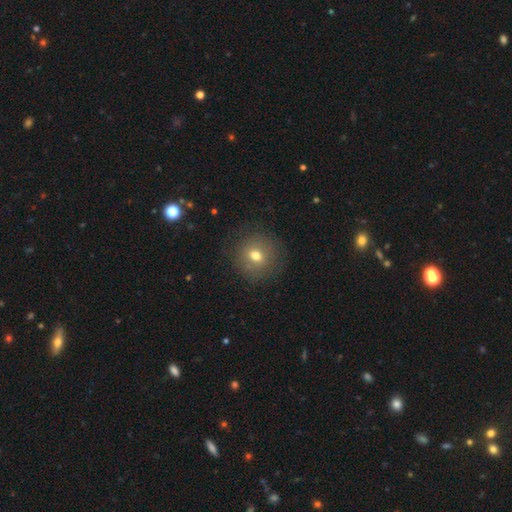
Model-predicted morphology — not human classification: Smooth or featured? smooth (68%)
How rounded? round (87%)
Merging? none (82%)